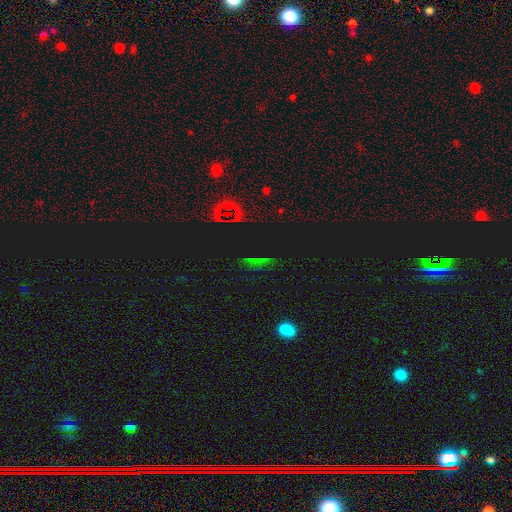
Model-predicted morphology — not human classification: A star or artifact, not a galaxy (70%).